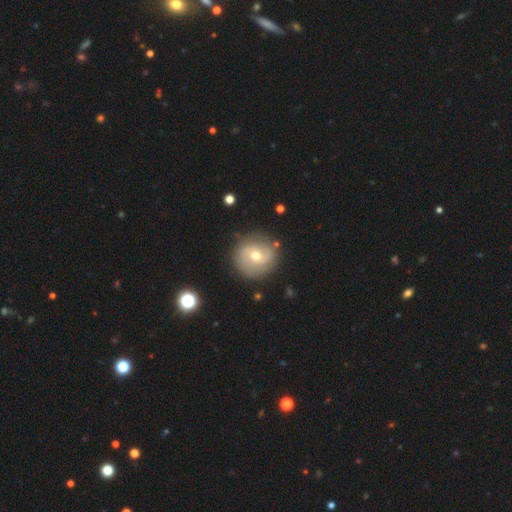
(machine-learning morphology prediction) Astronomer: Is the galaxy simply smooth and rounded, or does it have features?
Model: featured or disk — 60%.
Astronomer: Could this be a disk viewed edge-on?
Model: no — 97%.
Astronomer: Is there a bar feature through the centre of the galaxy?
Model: no — 56% (runner-up: weak, 35%).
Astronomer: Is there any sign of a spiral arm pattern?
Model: yes — 78%.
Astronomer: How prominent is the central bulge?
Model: moderate — 62%.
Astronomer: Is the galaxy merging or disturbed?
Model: none — 83%.